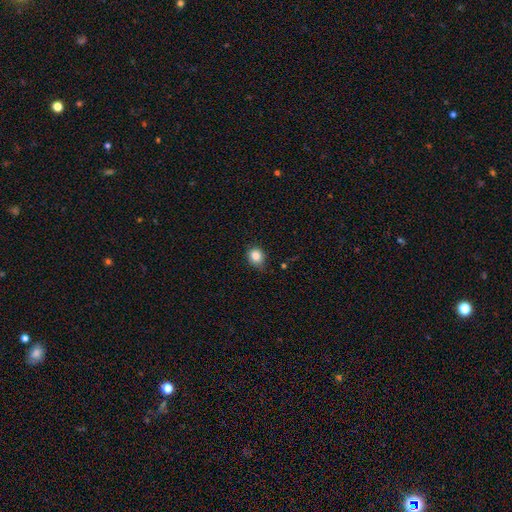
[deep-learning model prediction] smooth-or-featured: smooth: 85% | star or artifact: 10% | featured or disk: 5%
  how-rounded: round: 76% | in between: 23% | cigar-shaped: 1%
  merging: none: 71% | minor disturbance: 23% | major disturbance: 4% | merger: 2%